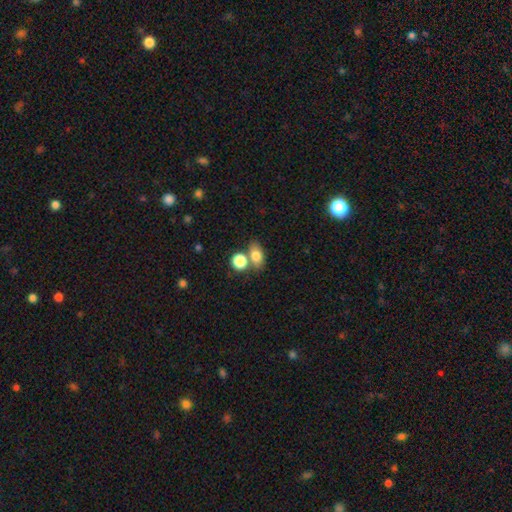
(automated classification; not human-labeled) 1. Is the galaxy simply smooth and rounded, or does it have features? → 79% smooth, 11% featured or disk, 10% star or artifact.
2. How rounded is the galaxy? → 73% in between, 24% round, 3% cigar-shaped.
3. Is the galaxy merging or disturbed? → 54% none, 31% merger, 11% minor disturbance, 4% major disturbance.